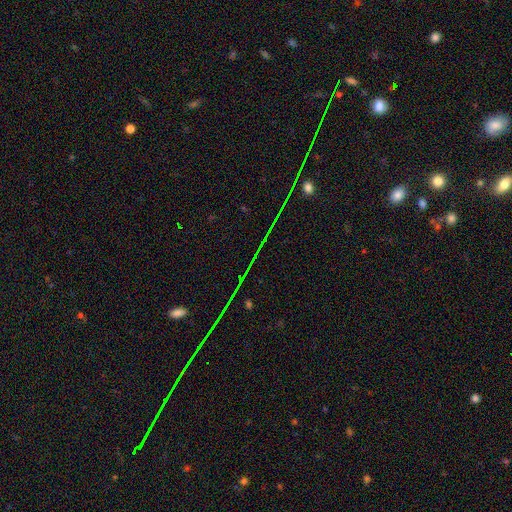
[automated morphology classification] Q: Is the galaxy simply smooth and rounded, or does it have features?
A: star or artifact — 79%.